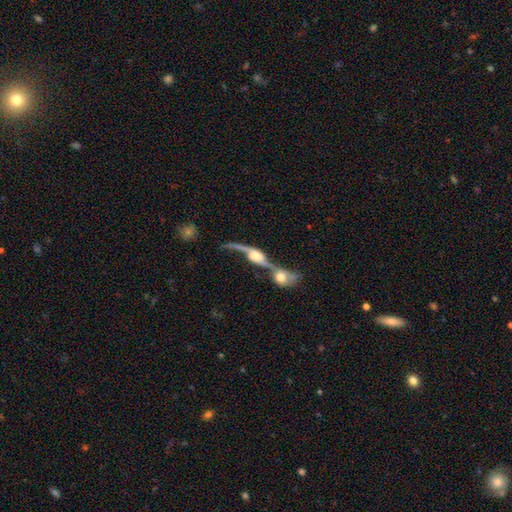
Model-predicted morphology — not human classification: Q: Smooth or featured?
A: featured or disk (78%); runner-up: smooth (14%)
Q: Edge-on disk?
A: no (52%); runner-up: yes (48%)
Q: Merging?
A: merger (67%); runner-up: none (18%)